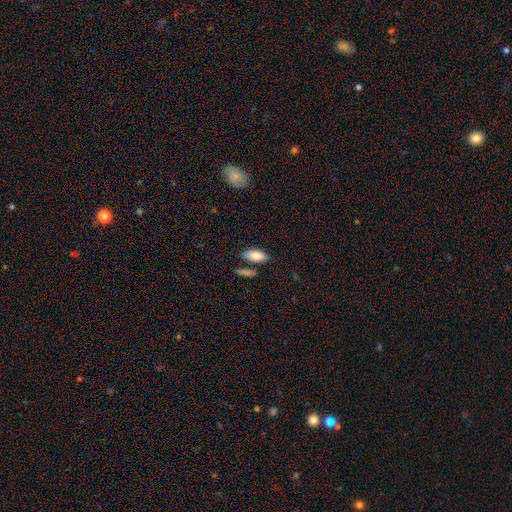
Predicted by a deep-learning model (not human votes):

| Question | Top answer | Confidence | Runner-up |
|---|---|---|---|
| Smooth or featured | smooth | 84% | featured or disk (9%) |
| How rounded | in between | 87% | cigar-shaped (10%) |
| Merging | none | 70% | minor disturbance (15%) |